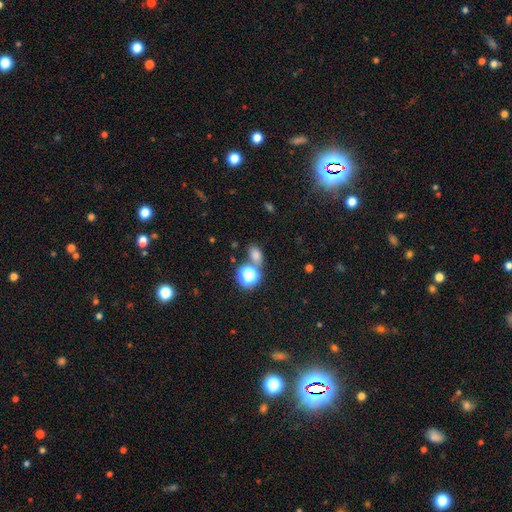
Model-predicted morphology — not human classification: smooth_or_featured: smooth (p=0.69) [alt: star or artifact p=0.24]
how_rounded: in between (p=0.65) [alt: round p=0.33]
merging: none (p=0.62) [alt: merger p=0.21]